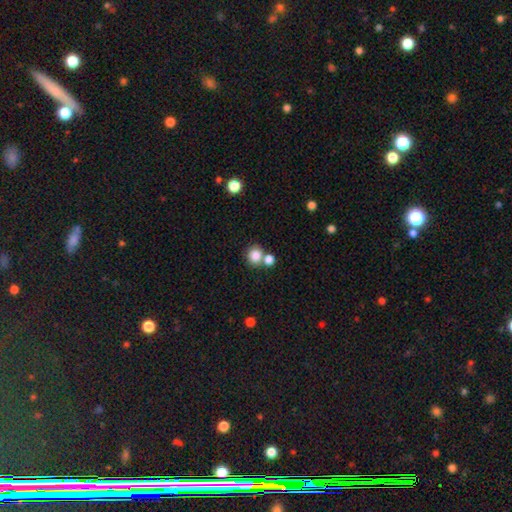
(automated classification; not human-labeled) Smooth or featured?
  - smooth: 83% *
  - star or artifact: 11%
  - featured or disk: 7%
How rounded?
  - round: 85% *
  - in between: 14%
  - cigar-shaped: 1%
Merging?
  - none: 57% *
  - merger: 32%
  - minor disturbance: 8%
  - major disturbance: 3%